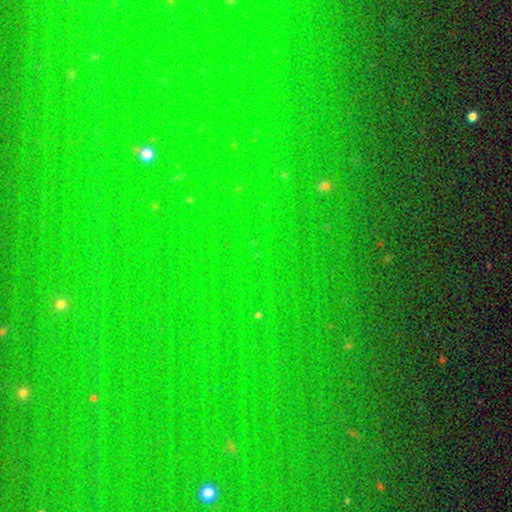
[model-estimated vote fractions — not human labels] Overall: star or artifact (78%).